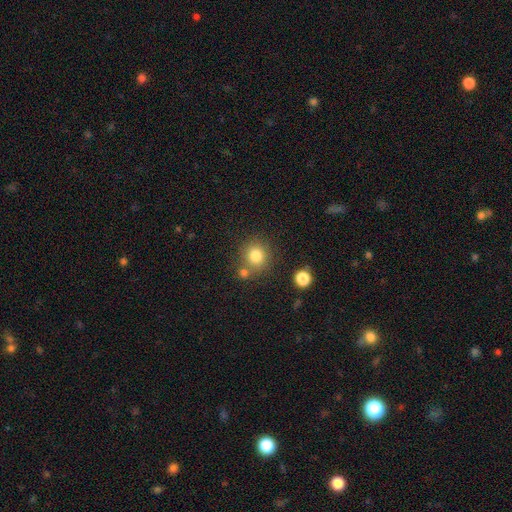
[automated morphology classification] Q: Smooth or featured?
A: smooth (81%); runner-up: star or artifact (12%)
Q: How rounded?
A: round (88%); runner-up: in between (11%)
Q: Merging?
A: none (70%); runner-up: merger (16%)